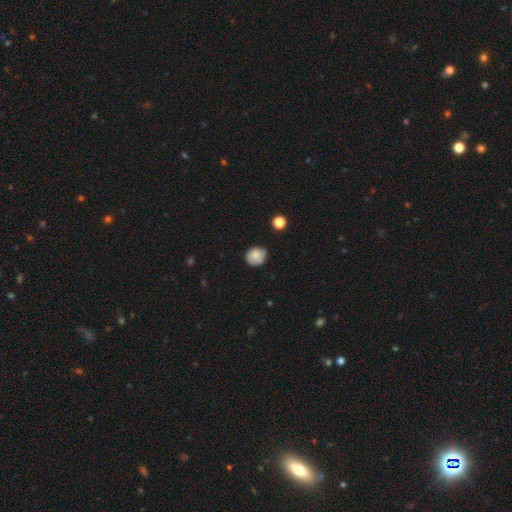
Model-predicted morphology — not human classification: A smooth galaxy with no disk features (78%) that is round (78%). Merging: none (69%).